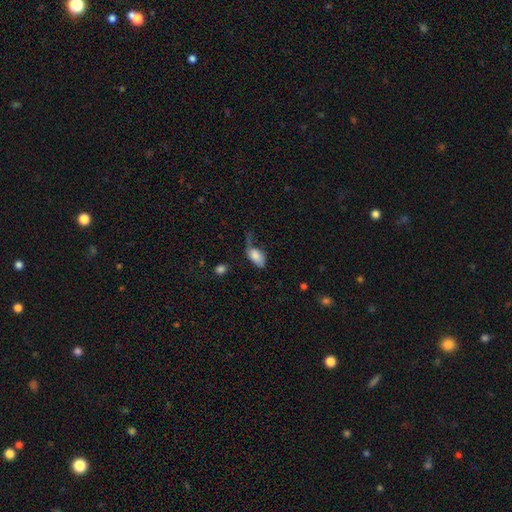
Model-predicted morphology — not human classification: Overall: smooth (79%). How rounded: in between (93%). Merging: major disturbance (34%; none 30%).